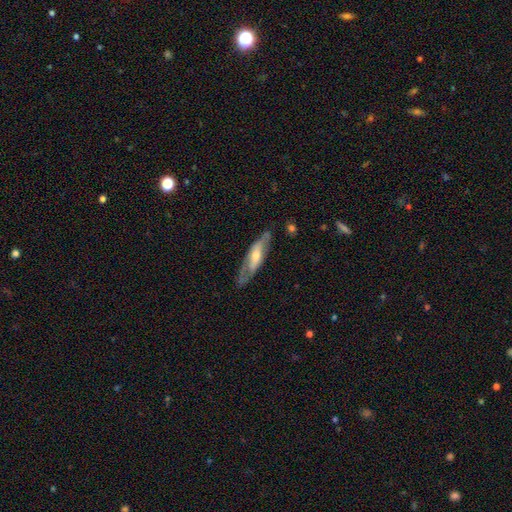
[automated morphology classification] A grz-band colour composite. It shows a featured or disk galaxy (65%). Merging: none (68%).